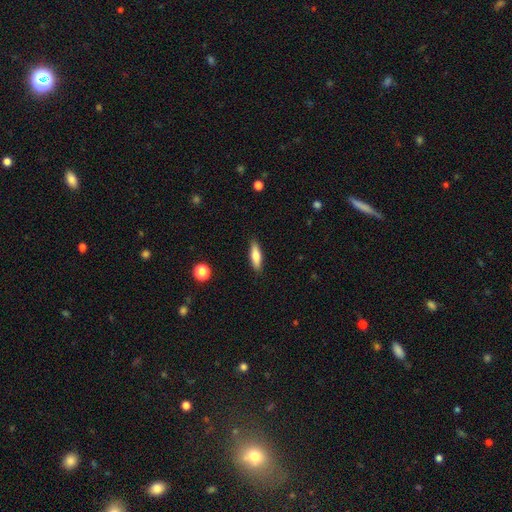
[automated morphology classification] Overall: smooth (76%). How rounded: cigar-shaped (57%; in between 41%). Merging: none (88%).